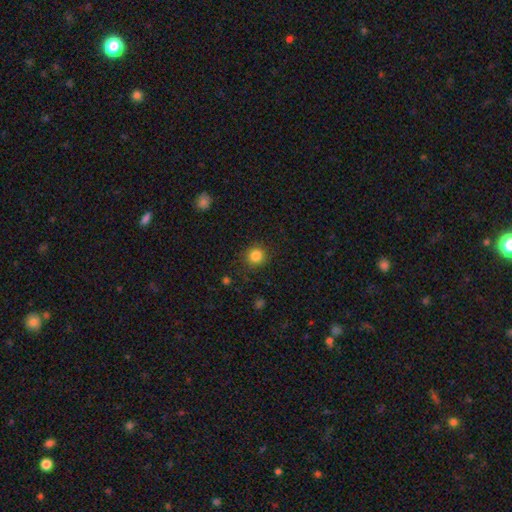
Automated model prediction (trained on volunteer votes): Smooth or featured: smooth — 84% (star or artifact — 11%)
How rounded: round — 91% (in between — 8%)
Merging: none — 89% (minor disturbance — 7%)